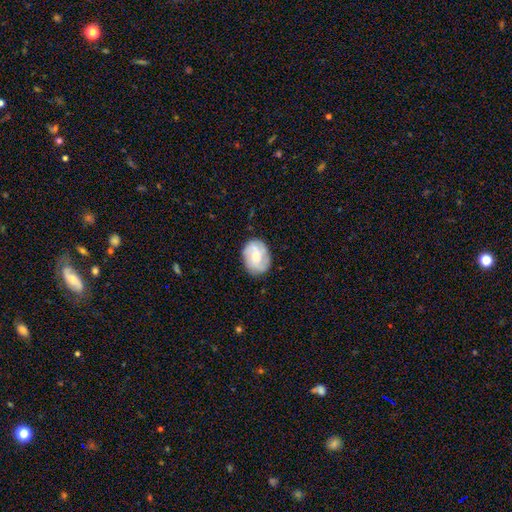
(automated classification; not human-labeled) Morphology: type=featured or disk (57%); edge-on=no (97%); bar=no (56%); spiral arms=yes (87%); bulge=moderate (47%); merging=none (78%).